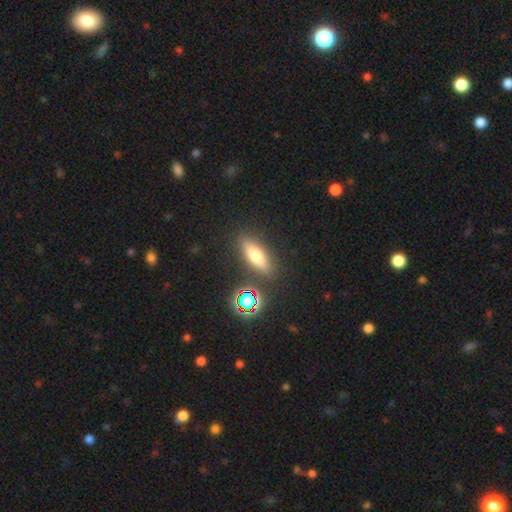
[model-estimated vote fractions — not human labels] Morphology: type=smooth (63%); roundness=in between (53%); merging=none (85%).